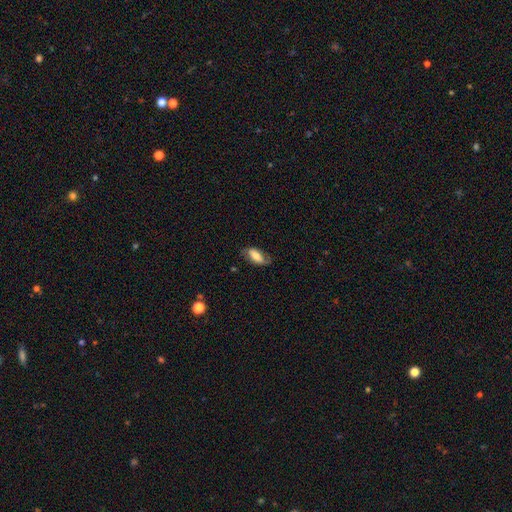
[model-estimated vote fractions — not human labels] The model was most divided on "smooth or featured": smooth: 53%, featured or disk: 40%, star or artifact: 7%. More confident: how rounded — in between (87%); merging — none (66%).